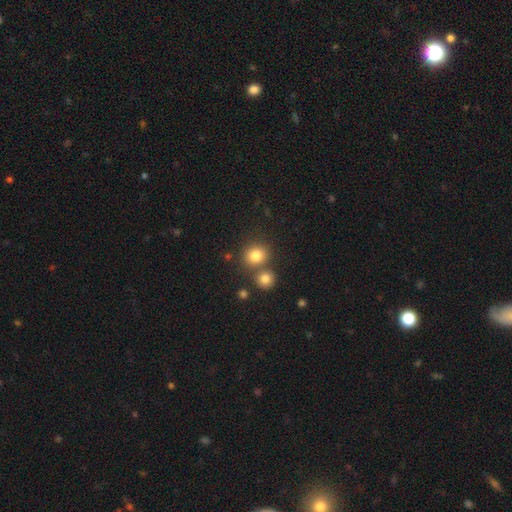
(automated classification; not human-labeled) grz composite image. It shows a smooth galaxy with no disk features (81%) that is round (83%). Merging: none (65%).